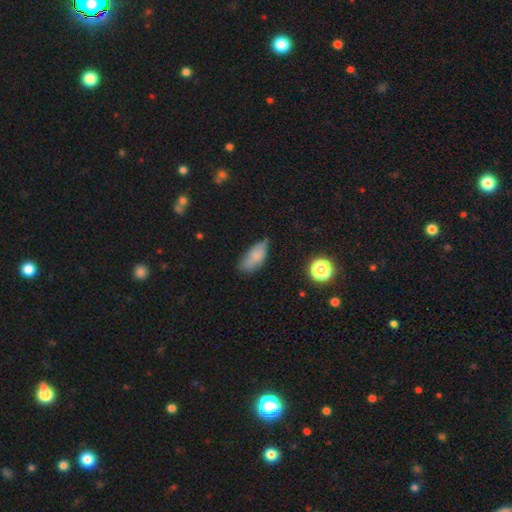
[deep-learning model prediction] smooth-or-featured: smooth: 75% | featured or disk: 15% | star or artifact: 10%
  how-rounded: in between: 85% | cigar-shaped: 12% | round: 4%
  merging: none: 52% | minor disturbance: 36% | major disturbance: 9% | merger: 3%